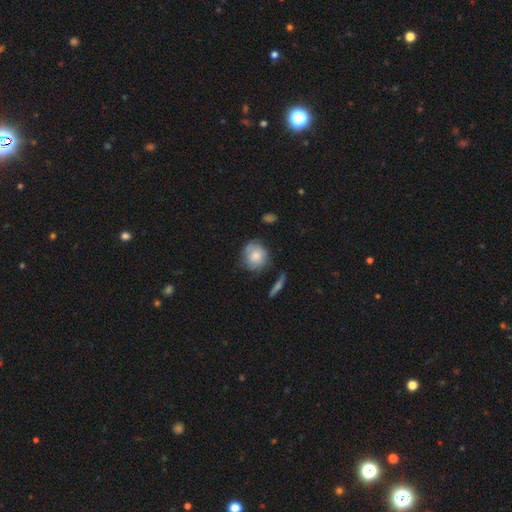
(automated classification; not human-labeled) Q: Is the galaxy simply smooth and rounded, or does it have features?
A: smooth — 69%.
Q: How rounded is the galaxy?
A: round — 80%.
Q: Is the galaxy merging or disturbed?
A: none — 61%.